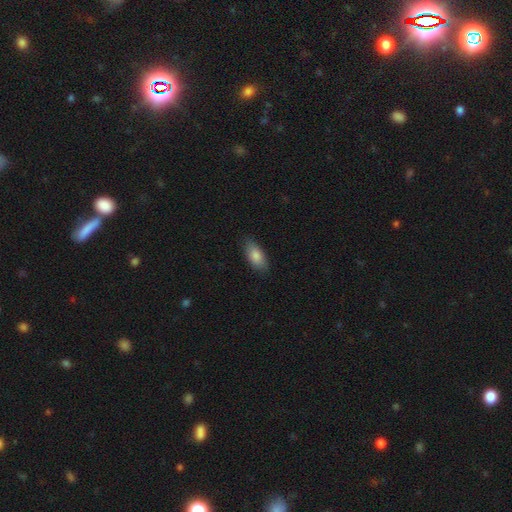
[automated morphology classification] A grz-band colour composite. It shows a smooth galaxy with no disk features (85%) that is in between round and cigar-shaped (89%). Merging: none (84%).